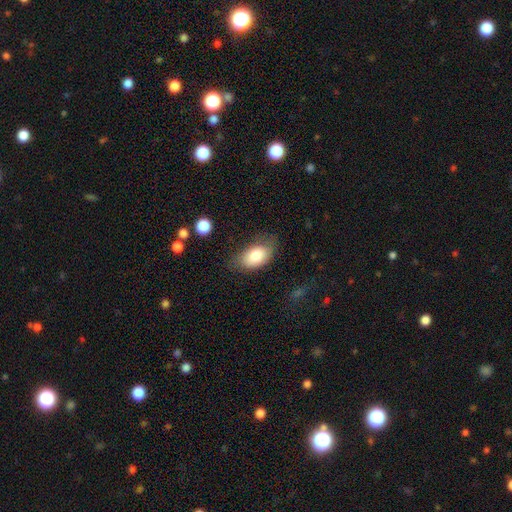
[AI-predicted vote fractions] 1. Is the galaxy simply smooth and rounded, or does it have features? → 82% smooth, 12% featured or disk, 7% star or artifact.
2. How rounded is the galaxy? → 92% in between, 7% round, 2% cigar-shaped.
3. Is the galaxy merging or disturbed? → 64% none, 25% minor disturbance, 9% major disturbance, 2% merger.